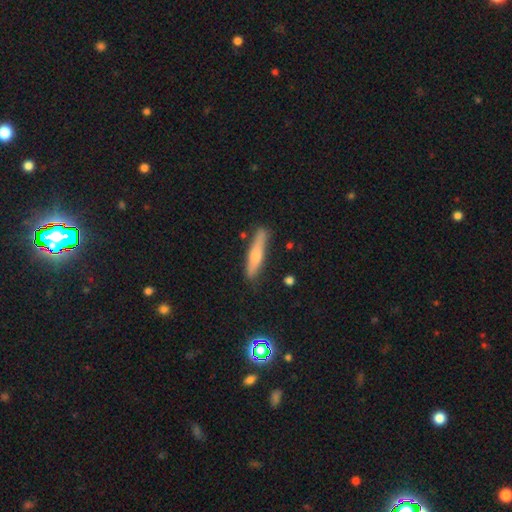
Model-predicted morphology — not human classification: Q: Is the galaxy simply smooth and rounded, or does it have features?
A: smooth — 54%.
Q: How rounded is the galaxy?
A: cigar-shaped — 88%.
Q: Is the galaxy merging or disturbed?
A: none — 81%.